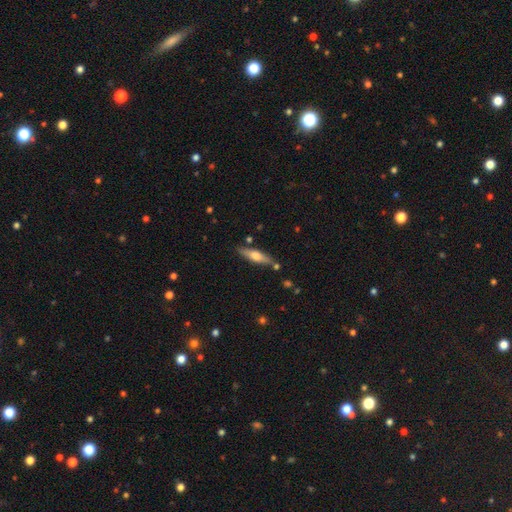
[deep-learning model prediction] Smooth or featured?
  - featured or disk: 49% *
  - smooth: 46%
  - star or artifact: 6%
Merging?
  - none: 81% *
  - minor disturbance: 12%
  - merger: 5%
  - major disturbance: 2%